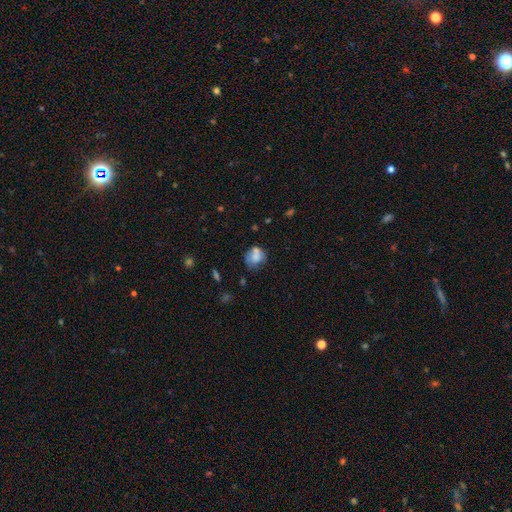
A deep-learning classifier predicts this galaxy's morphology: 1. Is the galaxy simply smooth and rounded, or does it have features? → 71% smooth, 19% featured or disk, 10% star or artifact.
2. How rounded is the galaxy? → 68% round, 31% in between, 1% cigar-shaped.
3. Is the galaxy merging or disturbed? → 47% none, 26% minor disturbance, 15% merger, 12% major disturbance.